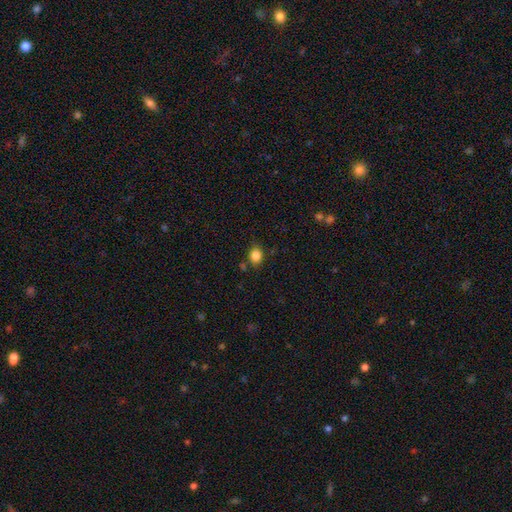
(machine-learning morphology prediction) This is clearly a smooth galaxy (83%). How rounded: possibly round (57%). Merging: likely none (76%).